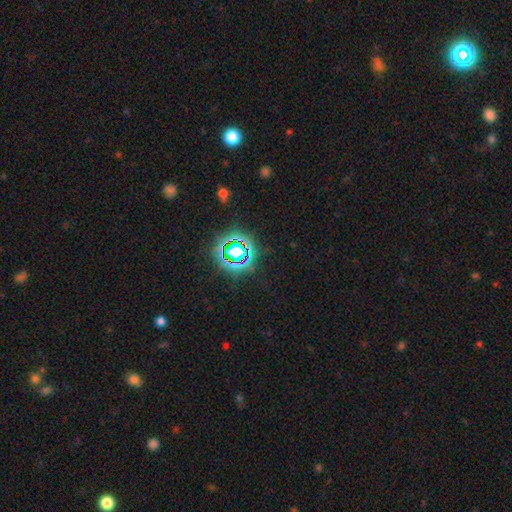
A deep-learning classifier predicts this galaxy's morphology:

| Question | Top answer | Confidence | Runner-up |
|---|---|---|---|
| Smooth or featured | star or artifact | 67% | smooth (26%) |